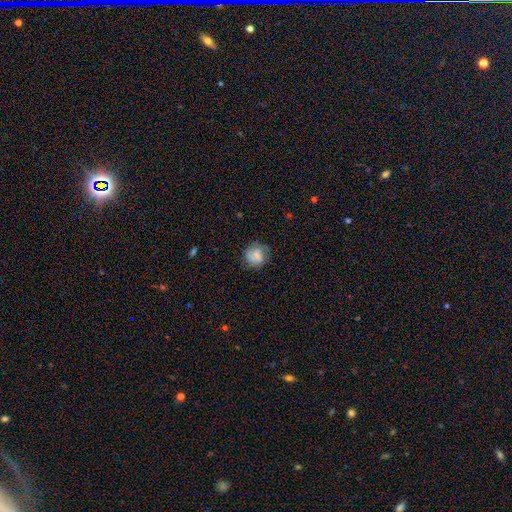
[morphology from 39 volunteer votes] Smooth or featured? 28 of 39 (72%) said smooth. How rounded? 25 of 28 (89%) said round. Merging? 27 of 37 (73%) said none.